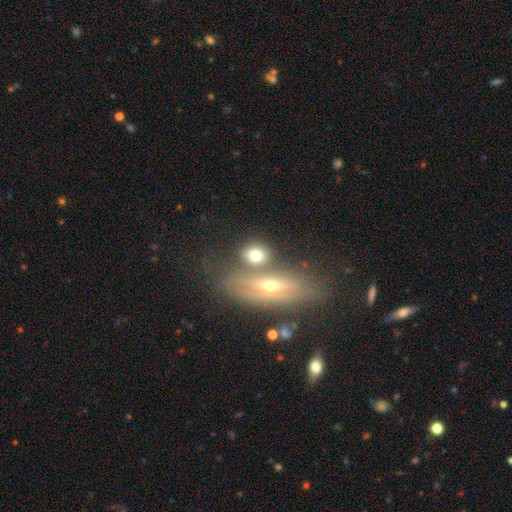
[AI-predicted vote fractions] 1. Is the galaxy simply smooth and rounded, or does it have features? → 64% smooth, 27% featured or disk, 9% star or artifact.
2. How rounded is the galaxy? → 49% in between, 44% round, 7% cigar-shaped.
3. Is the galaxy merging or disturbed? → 52% none, 30% merger, 13% minor disturbance, 6% major disturbance.